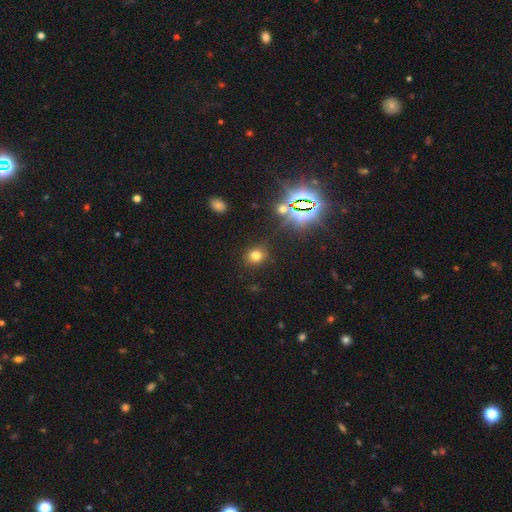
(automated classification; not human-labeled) This is likely a smooth galaxy (70%). How rounded: likely round (74%). Merging: clearly none (85%).